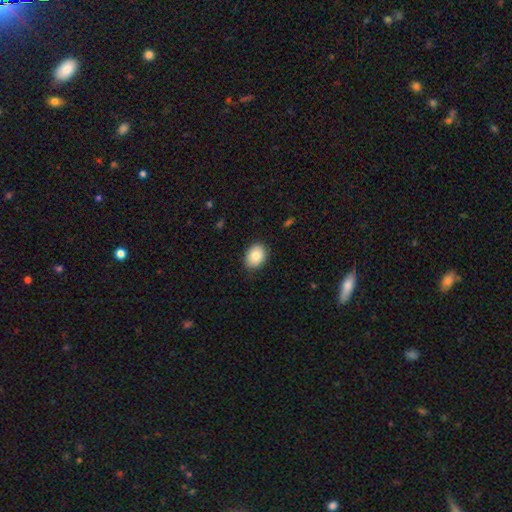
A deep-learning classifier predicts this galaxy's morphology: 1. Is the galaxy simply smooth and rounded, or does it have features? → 86% smooth, 7% star or artifact, 7% featured or disk.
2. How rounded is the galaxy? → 63% in between, 36% round, 1% cigar-shaped.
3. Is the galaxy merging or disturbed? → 84% none, 12% minor disturbance, 2% major disturbance, 1% merger.